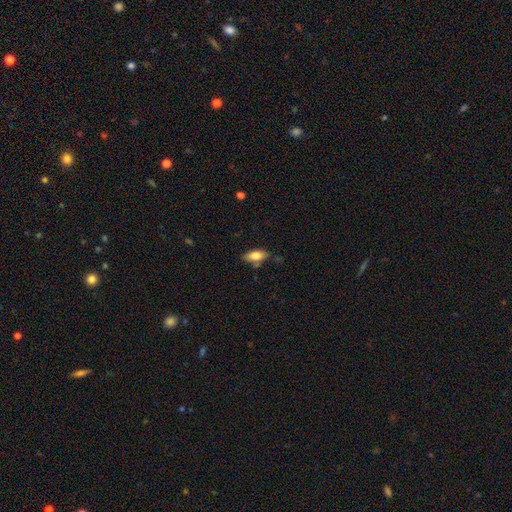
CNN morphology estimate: This appears to be a smooth galaxy with no disk features (76%) that is in between round and cigar-shaped (85%). Merging: none (66%).